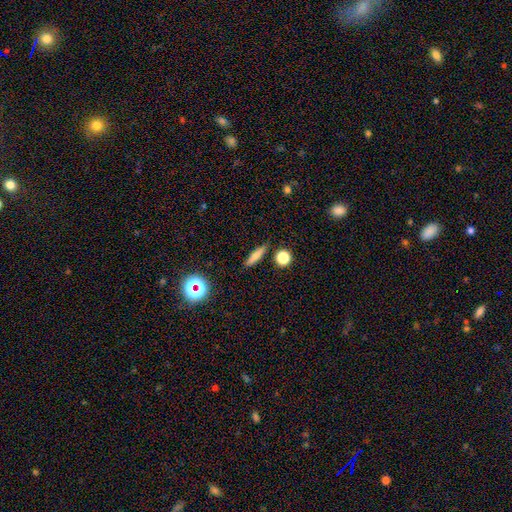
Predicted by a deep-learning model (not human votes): A smooth galaxy with no disk features (71%) that is cigar-shaped (75%).

Vote fractions:
- Smooth or featured? smooth: 71% / featured or disk: 18% / star or artifact: 11%
- How rounded? cigar-shaped: 75% / in between: 18% / round: 7%
- Merging? none: 86% / minor disturbance: 8% / merger: 3% / major disturbance: 2%